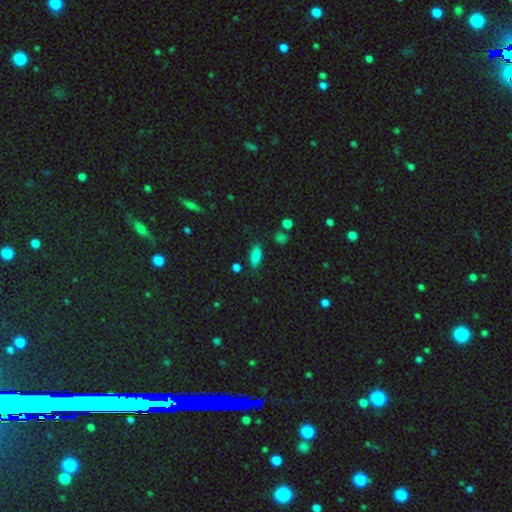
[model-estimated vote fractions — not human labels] This is clearly a smooth galaxy (83%). How rounded: likely in between (78%). Merging: likely none (76%).